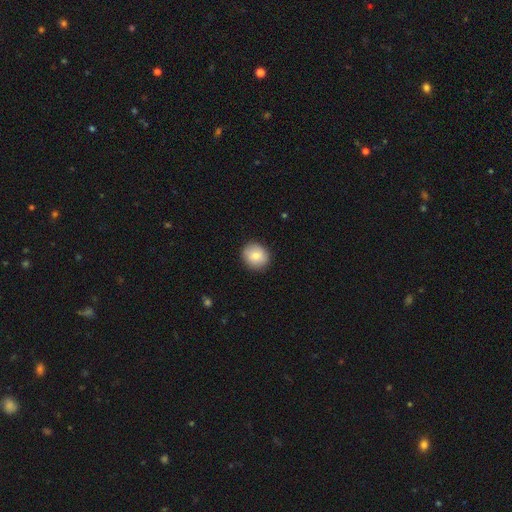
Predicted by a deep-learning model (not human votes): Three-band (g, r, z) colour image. It shows a smooth galaxy with no disk features (81%) that is round (81%). Merging: none (89%).